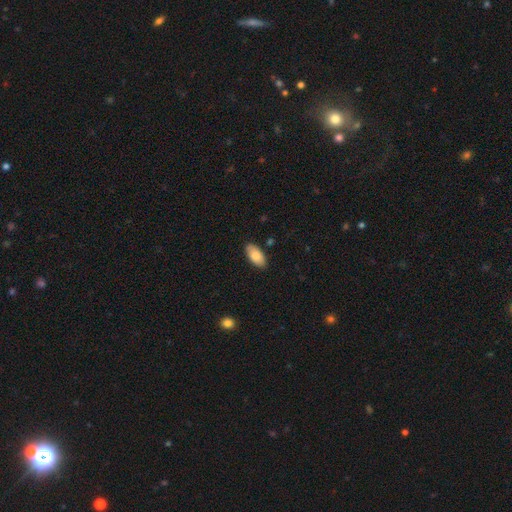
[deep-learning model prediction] Morphology: type=smooth (84%); roundness=in between (93%); merging=none (86%).